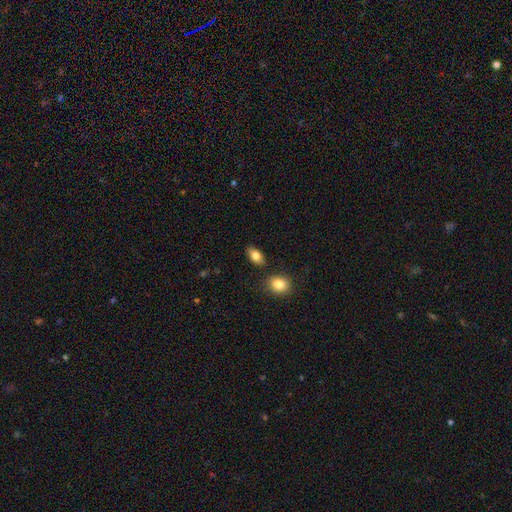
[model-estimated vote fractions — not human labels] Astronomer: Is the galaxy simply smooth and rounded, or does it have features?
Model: smooth — 82%.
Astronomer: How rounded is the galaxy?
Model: in between — 89%.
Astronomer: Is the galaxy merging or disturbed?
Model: none — 83%.